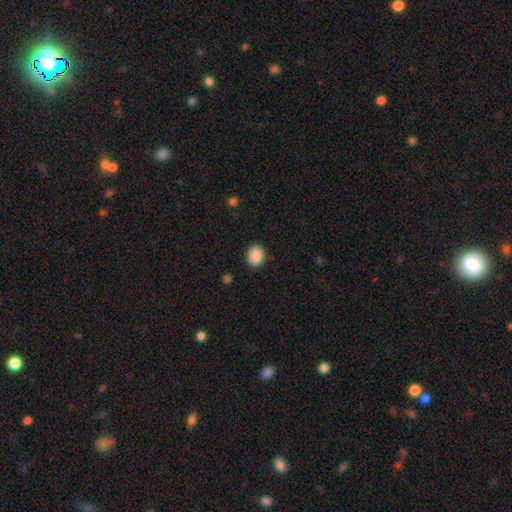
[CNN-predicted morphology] Smooth or featured? Predicted: smooth (p=0.89). How rounded? Predicted: round (p=0.54). Merging? Predicted: none (p=0.86).